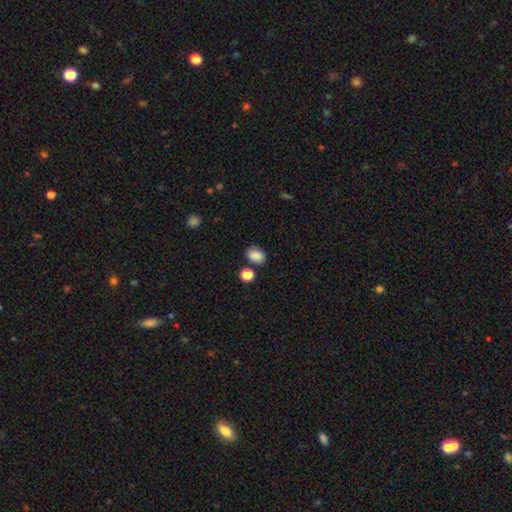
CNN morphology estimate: Smooth or featured?
  - smooth: 87% *
  - star or artifact: 9%
  - featured or disk: 4%
How rounded?
  - in between: 75% *
  - round: 24%
  - cigar-shaped: 1%
Merging?
  - none: 76% *
  - minor disturbance: 13%
  - merger: 8%
  - major disturbance: 3%